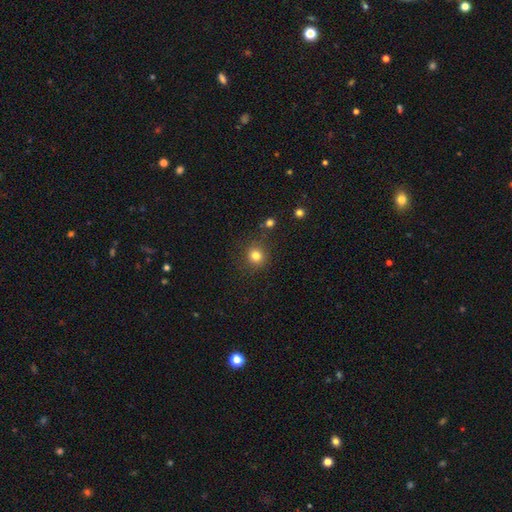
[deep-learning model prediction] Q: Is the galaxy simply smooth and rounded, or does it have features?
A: smooth — 80%.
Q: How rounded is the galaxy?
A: round — 91%.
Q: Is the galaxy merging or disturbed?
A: none — 86%.